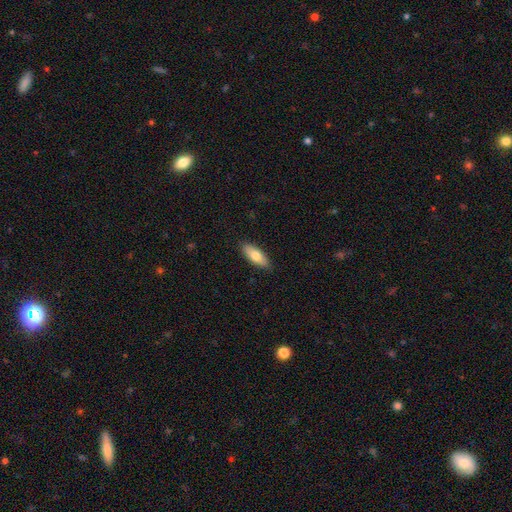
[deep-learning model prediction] Q: Smooth or featured?
A: smooth (74%); runner-up: featured or disk (20%)
Q: How rounded?
A: in between (77%); runner-up: cigar-shaped (21%)
Q: Merging?
A: none (88%); runner-up: minor disturbance (9%)